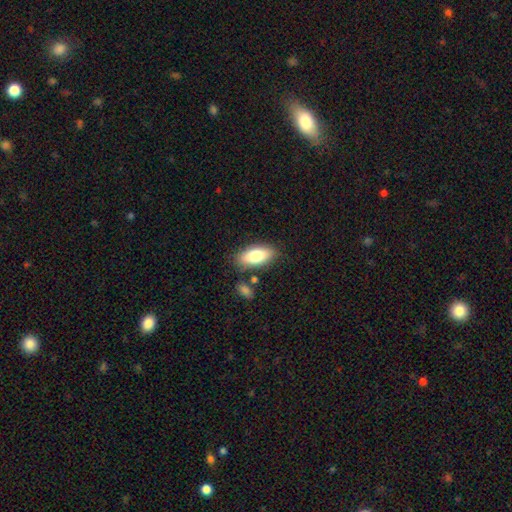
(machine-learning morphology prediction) Smooth or featured?
  - smooth: 78% *
  - featured or disk: 16%
  - star or artifact: 7%
How rounded?
  - in between: 85% *
  - cigar-shaped: 12%
  - round: 3%
Merging?
  - none: 80% *
  - minor disturbance: 12%
  - merger: 5%
  - major disturbance: 3%